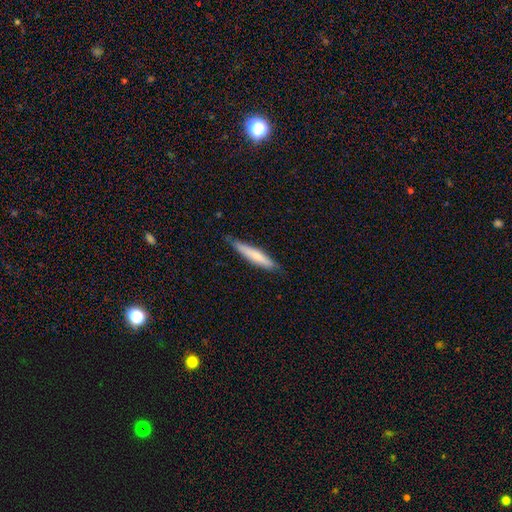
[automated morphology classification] Overall: smooth (65%; featured or disk 30%). How rounded: cigar-shaped (90%). Merging: none (77%).